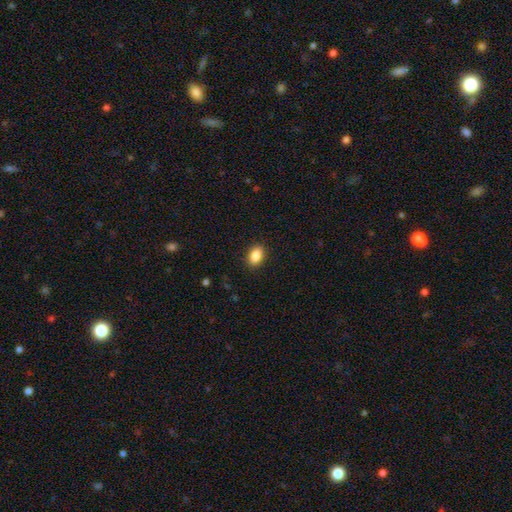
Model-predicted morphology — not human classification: Q: Smooth or featured?
A: smooth (88%); runner-up: star or artifact (8%)
Q: How rounded?
A: in between (83%); runner-up: round (16%)
Q: Merging?
A: none (89%); runner-up: minor disturbance (8%)